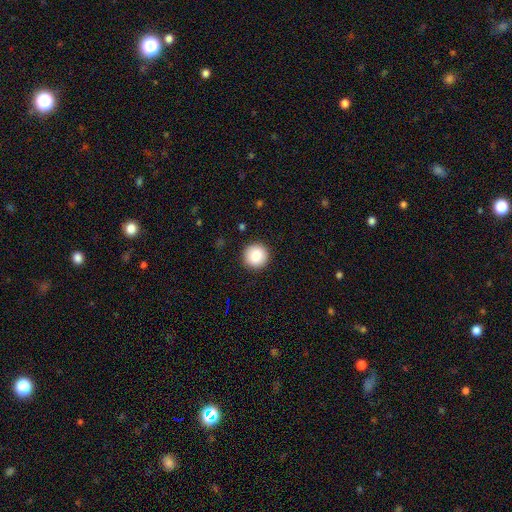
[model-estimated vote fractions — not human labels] Q: Smooth or featured?
A: smooth (86%); runner-up: star or artifact (8%)
Q: How rounded?
A: round (96%); runner-up: in between (3%)
Q: Merging?
A: none (92%); runner-up: minor disturbance (5%)